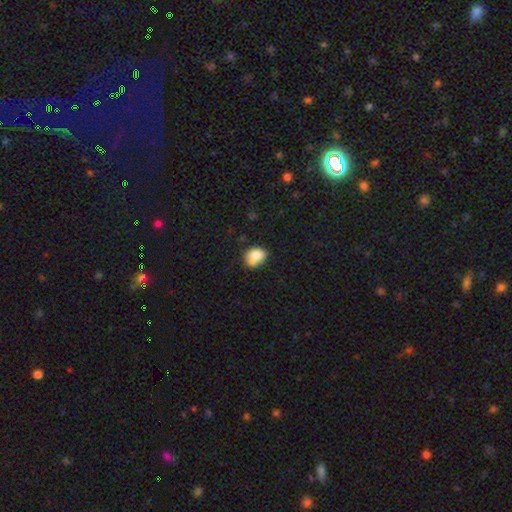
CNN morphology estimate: Smooth or featured: smooth — 80% (featured or disk — 11%)
How rounded: in between — 59% (round — 41%)
Merging: none — 48% (merger — 23%)